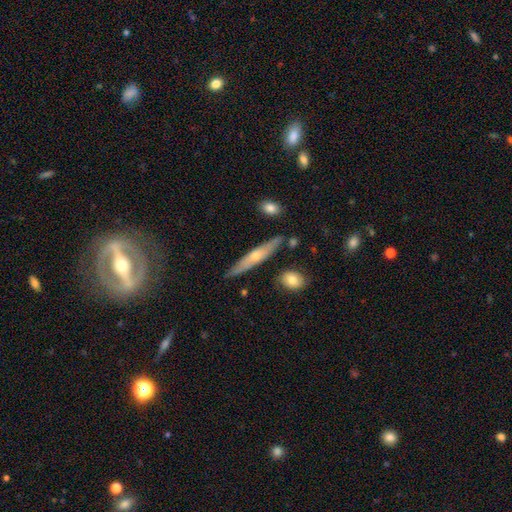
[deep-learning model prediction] Q: Smooth or featured?
A: featured or disk (53%); runner-up: smooth (40%)
Q: Edge-on disk?
A: yes (85%); runner-up: no (15%)
Q: Merging?
A: none (81%); runner-up: minor disturbance (13%)